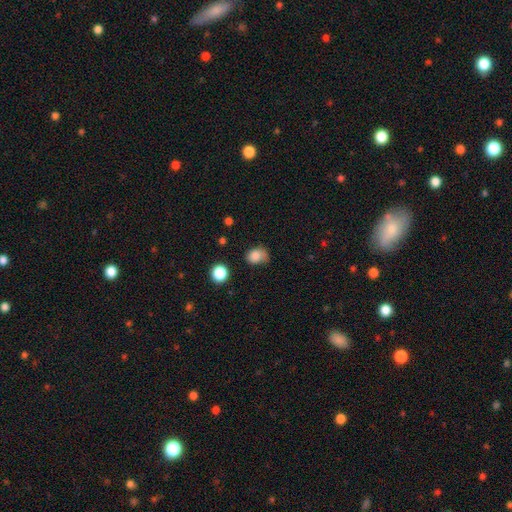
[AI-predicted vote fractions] smooth 83%, star or artifact 11%, featured or disk 6%. Down the decision tree: how rounded — in between (56%); merging — none (53%).